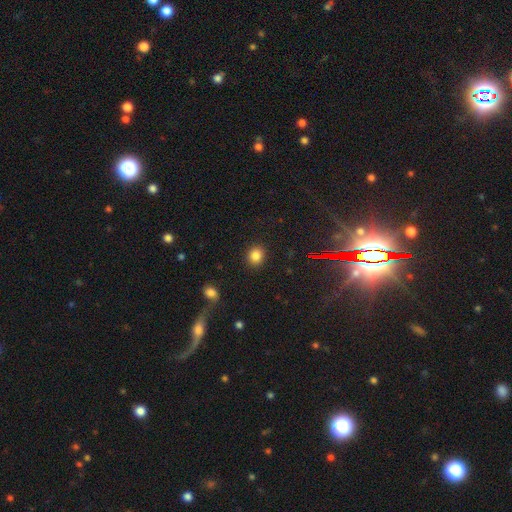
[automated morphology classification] A smooth galaxy with no disk features (83%) that is round (73%). Merging: none (89%).